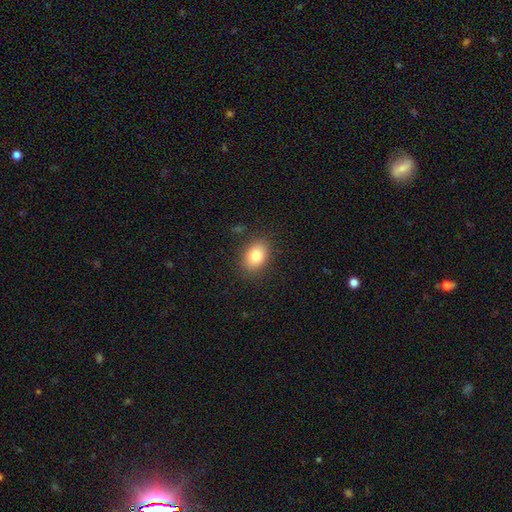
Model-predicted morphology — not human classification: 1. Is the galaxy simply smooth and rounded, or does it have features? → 82% smooth, 10% featured or disk, 9% star or artifact.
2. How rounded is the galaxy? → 78% in between, 21% round, 1% cigar-shaped.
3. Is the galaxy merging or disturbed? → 85% none, 10% minor disturbance, 3% major disturbance, 1% merger.